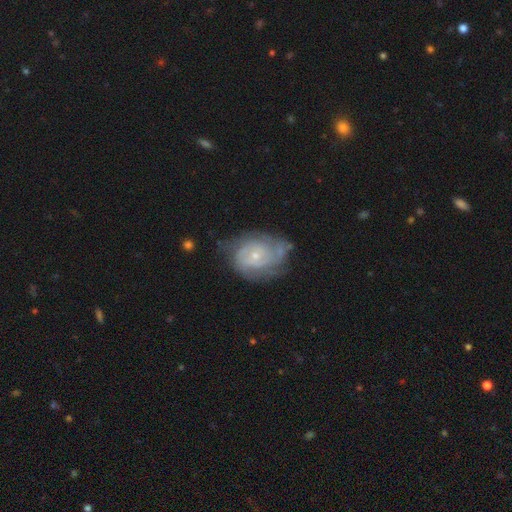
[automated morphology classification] Smooth or featured? Predicted: featured or disk (p=0.77). Edge-on disk? Predicted: no (p=0.97). Bar? Predicted: no (p=0.75). Spiral arms? Predicted: yes (p=0.88). Spiral winding? Predicted: tight (p=0.61). Spiral arm count? Predicted: can't tell (p=0.41). Bulge size? Predicted: small (p=0.74). Merging? Predicted: none (p=0.55).